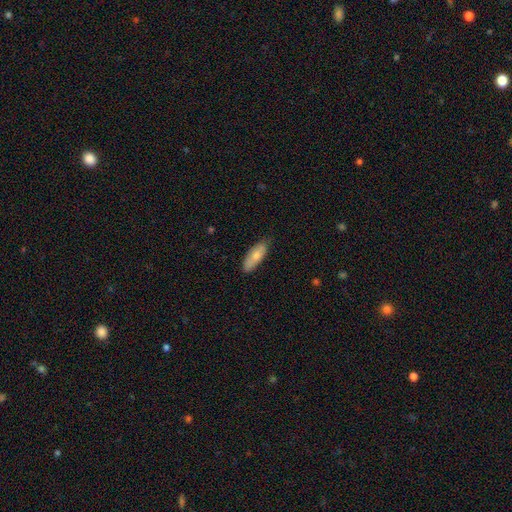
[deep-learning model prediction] Smooth or featured? Predicted: smooth (p=0.73). How rounded? Predicted: in between (p=0.75). Merging? Predicted: none (p=0.76).